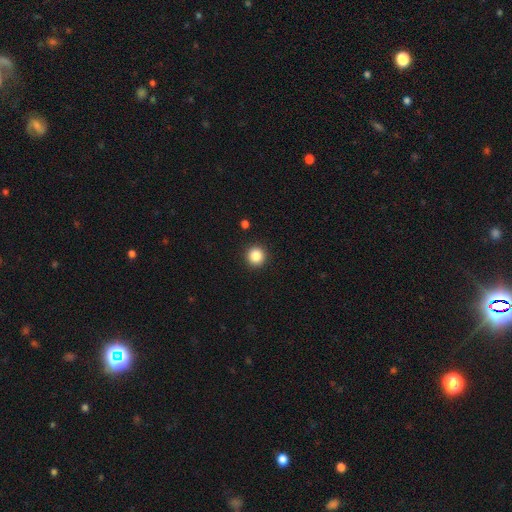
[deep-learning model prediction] This is clearly a smooth galaxy (86%). How rounded: clearly round (95%). Merging: clearly none (93%).